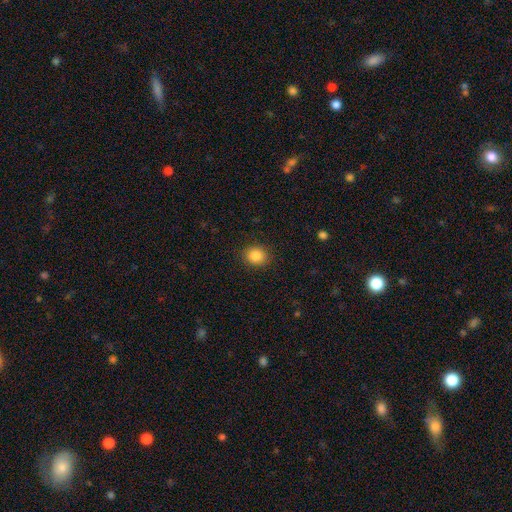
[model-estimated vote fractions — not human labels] Overall: smooth (87%). How rounded: round (70%). Merging: none (89%).